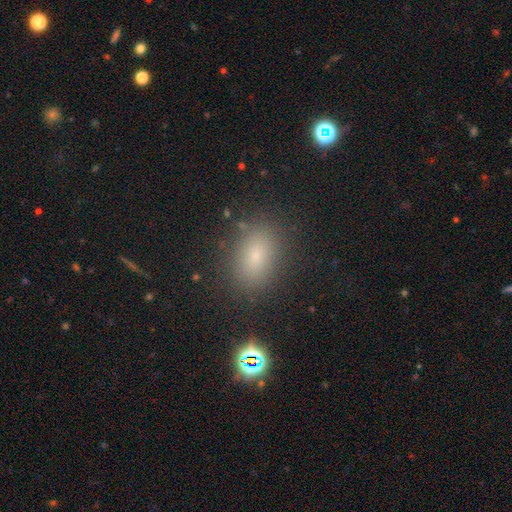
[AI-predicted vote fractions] Morphology: type=smooth (73%); roundness=in between (79%); merging=none (85%).